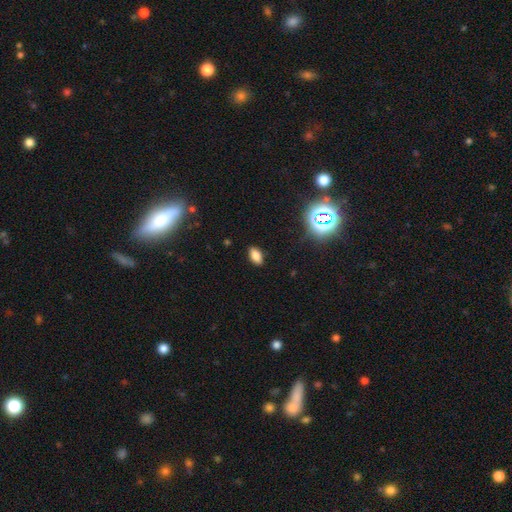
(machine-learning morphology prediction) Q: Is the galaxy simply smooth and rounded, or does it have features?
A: smooth — 79%.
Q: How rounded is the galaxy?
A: in between — 91%.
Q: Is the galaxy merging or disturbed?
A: none — 88%.